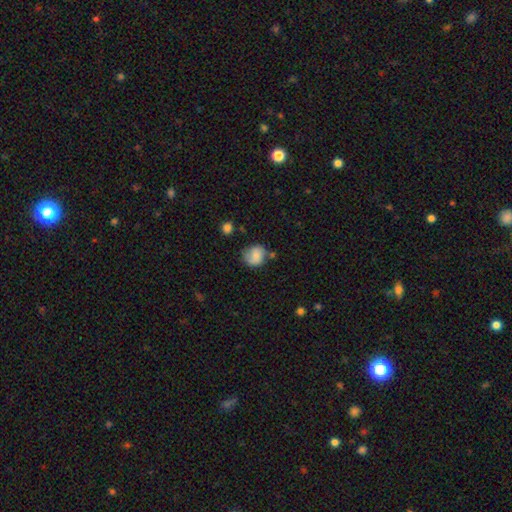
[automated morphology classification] type=smooth (62%); roundness=round (77%); merging=none (59%).